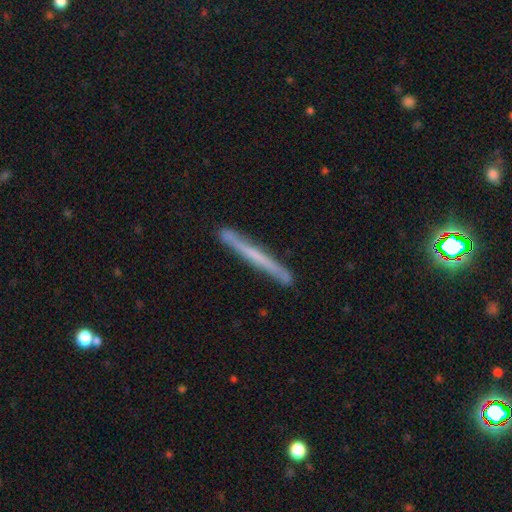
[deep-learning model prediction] Morphology: type=featured or disk (52%); edge-on=yes (95%); merging=none (87%).